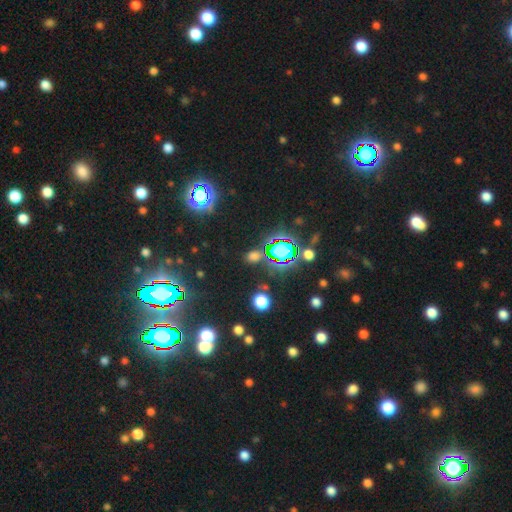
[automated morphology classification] This appears to be a star or artifact, not a galaxy (65%).